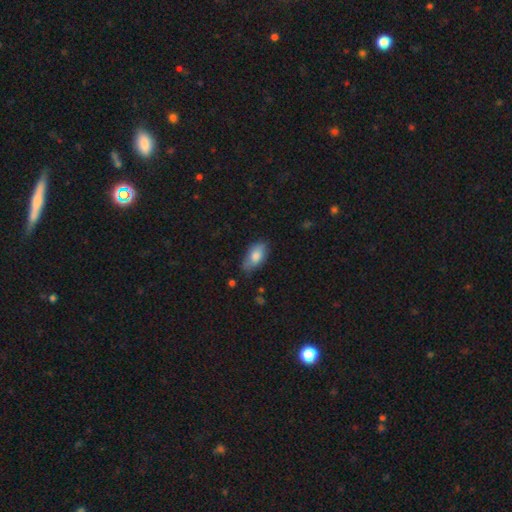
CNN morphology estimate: A smooth galaxy with no disk features (80%) that is in between round and cigar-shaped (91%).

Vote fractions:
- Smooth or featured? smooth: 80% / featured or disk: 13% / star or artifact: 7%
- How rounded? in between: 91% / cigar-shaped: 5% / round: 4%
- Merging? none: 69% / minor disturbance: 25% / major disturbance: 4% / merger: 2%